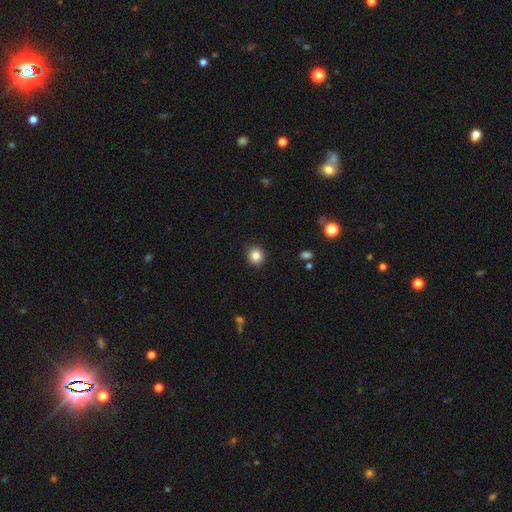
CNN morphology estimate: smooth_or_featured: smooth (p=0.85) [alt: star or artifact p=0.11]
how_rounded: round (p=0.86) [alt: in between p=0.13]
merging: none (p=0.90) [alt: minor disturbance p=0.07]